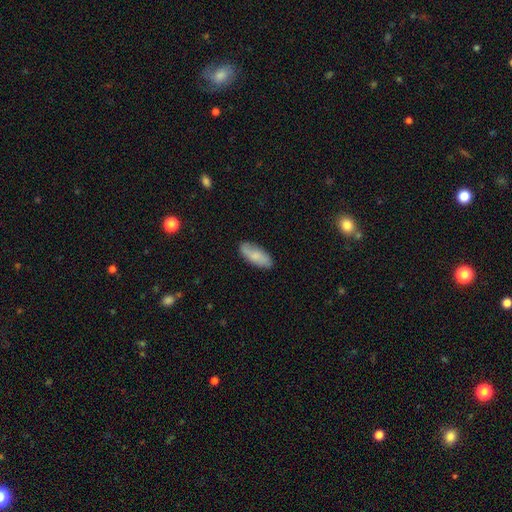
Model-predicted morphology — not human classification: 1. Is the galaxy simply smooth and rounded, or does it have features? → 73% smooth, 21% featured or disk, 6% star or artifact.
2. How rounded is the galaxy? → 79% in between, 18% cigar-shaped, 2% round.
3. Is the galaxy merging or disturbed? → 82% none, 14% minor disturbance, 3% major disturbance, 1% merger.